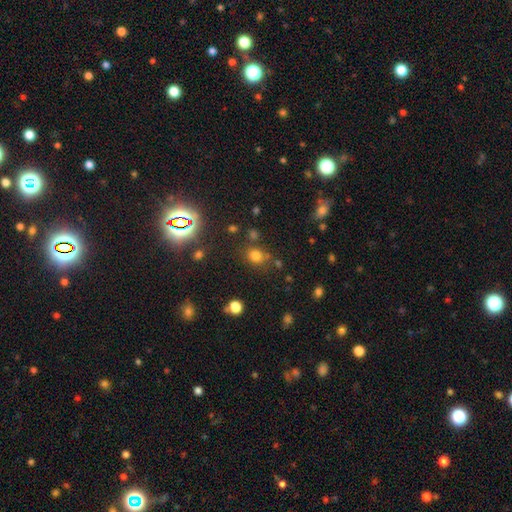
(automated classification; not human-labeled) Overall: smooth (72%). How rounded: round (69%; in between 30%). Merging: none (71%).